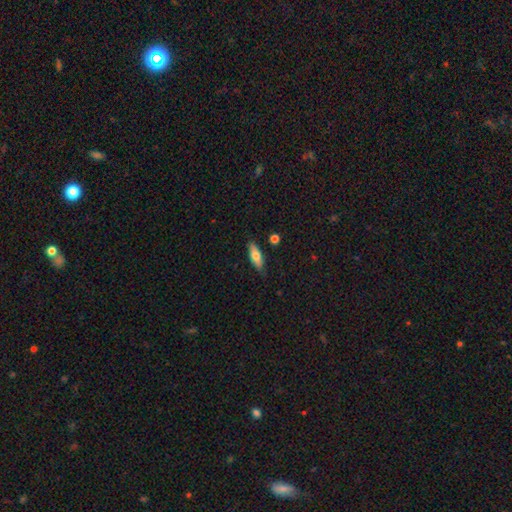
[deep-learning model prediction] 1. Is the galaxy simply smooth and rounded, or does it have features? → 69% smooth, 24% featured or disk, 7% star or artifact.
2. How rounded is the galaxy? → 60% in between, 37% cigar-shaped, 3% round.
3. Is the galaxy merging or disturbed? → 82% none, 13% minor disturbance, 2% merger, 2% major disturbance.